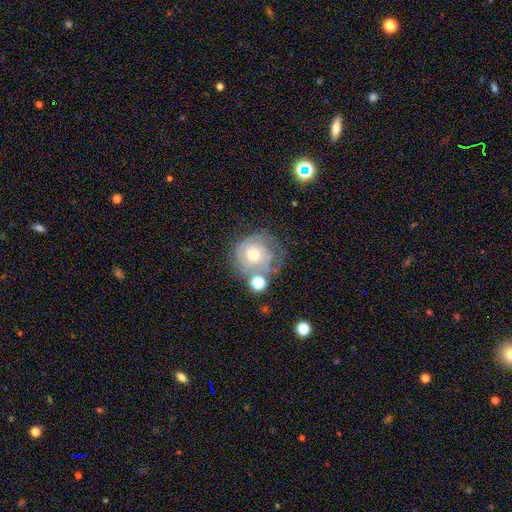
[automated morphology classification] Q: Smooth or featured?
A: featured or disk (47%); runner-up: smooth (43%)
Q: Merging?
A: none (47%); runner-up: minor disturbance (23%)